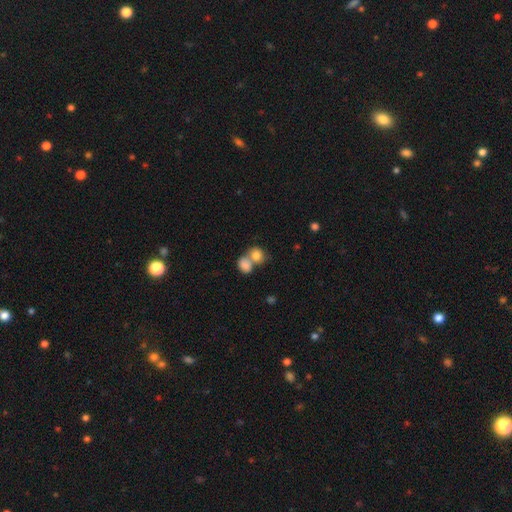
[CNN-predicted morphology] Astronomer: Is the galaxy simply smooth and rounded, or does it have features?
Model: smooth — 82%.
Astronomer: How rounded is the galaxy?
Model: round — 67%.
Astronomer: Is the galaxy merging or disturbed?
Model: merger — 59%.